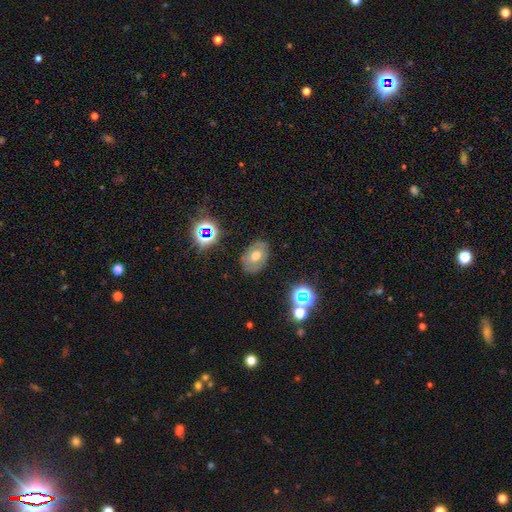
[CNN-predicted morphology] A smooth galaxy with no disk features (45%). Merging: none (79%).